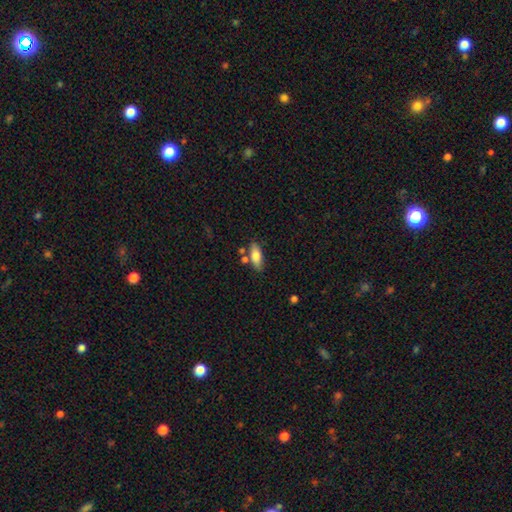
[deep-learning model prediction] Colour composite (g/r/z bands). It shows a smooth galaxy with no disk features (77%) that is in between round and cigar-shaped (75%). Merging: none (73%).